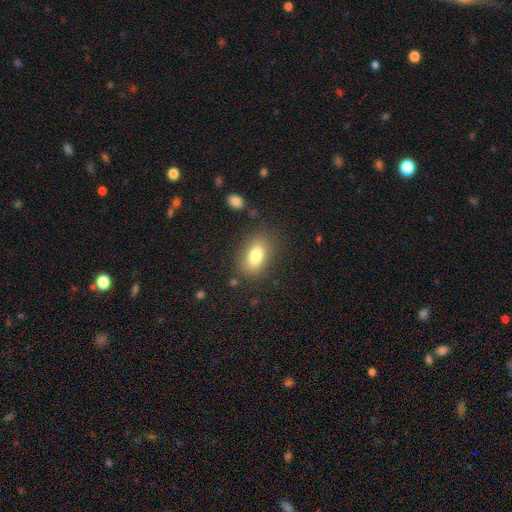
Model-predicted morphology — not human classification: Q: Smooth or featured?
A: smooth (80%); runner-up: featured or disk (11%)
Q: How rounded?
A: in between (85%); runner-up: round (12%)
Q: Merging?
A: none (81%); runner-up: minor disturbance (12%)